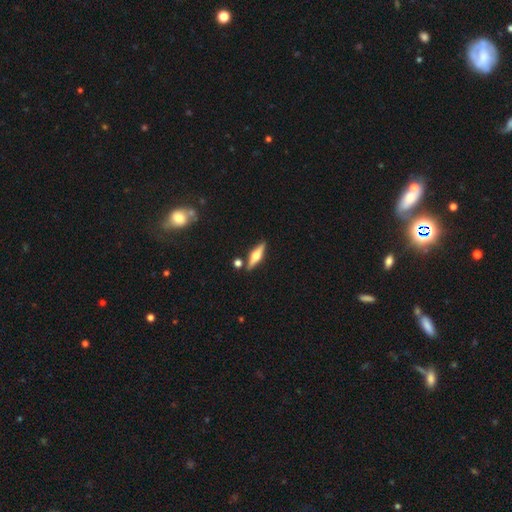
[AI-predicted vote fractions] A featured or disk galaxy (66%) viewed edge-on (96%) with a rounded central bulge (95%). Merging: none (85%).